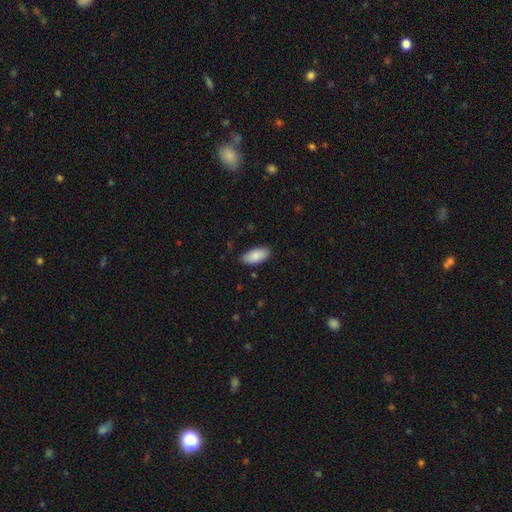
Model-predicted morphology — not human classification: This is clearly a smooth galaxy (89%). How rounded: clearly in between (93%). Merging: clearly none (85%).